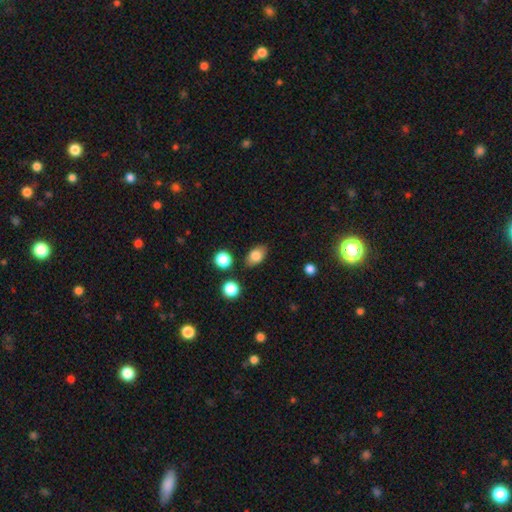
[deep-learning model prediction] Smooth or featured?
  - smooth: 82% *
  - featured or disk: 10%
  - star or artifact: 8%
How rounded?
  - in between: 87% *
  - round: 11%
  - cigar-shaped: 2%
Merging?
  - none: 82% *
  - minor disturbance: 11%
  - merger: 4%
  - major disturbance: 3%